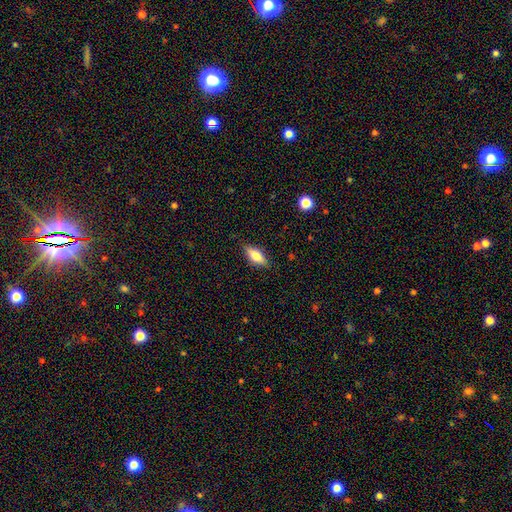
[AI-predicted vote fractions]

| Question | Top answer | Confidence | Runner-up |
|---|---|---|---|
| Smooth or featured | smooth | 70% | featured or disk (23%) |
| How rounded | in between | 76% | cigar-shaped (21%) |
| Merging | none | 83% | minor disturbance (13%) |